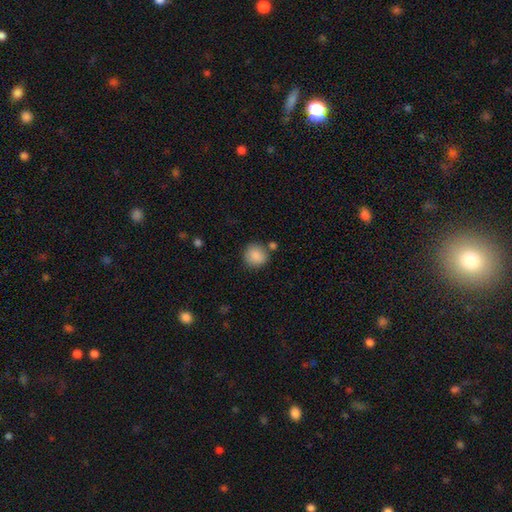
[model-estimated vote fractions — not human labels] A smooth galaxy with no disk features (88%) that is round (88%). Merging: none (76%).